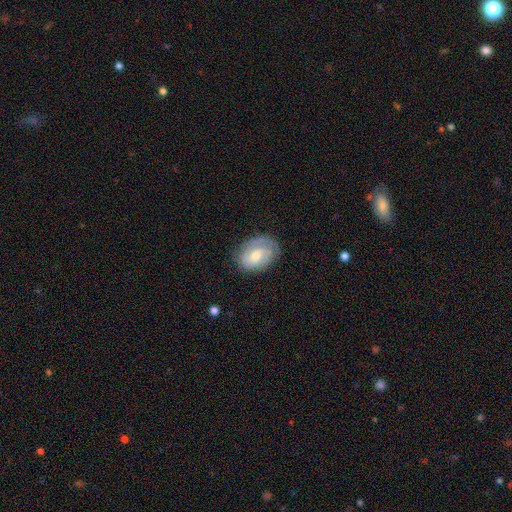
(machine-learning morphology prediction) Smooth or featured? featured or disk (66%)
Edge-on disk? no (96%)
Bar? no (50%)
Spiral arms? yes (85%)
Spiral winding? tight (56%)
Spiral arm count? 2 (42%)
Bulge size? moderate (58%)
Merging? none (70%)